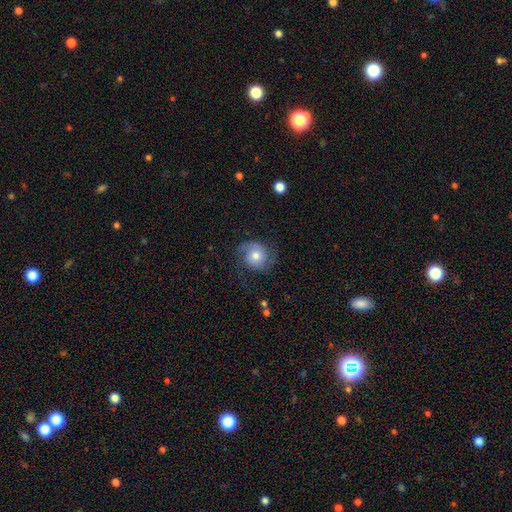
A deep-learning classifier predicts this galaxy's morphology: Smooth or featured?
  - featured or disk: 49% *
  - smooth: 43%
  - star or artifact: 8%
Merging?
  - none: 66% *
  - minor disturbance: 20%
  - major disturbance: 13%
  - merger: 1%